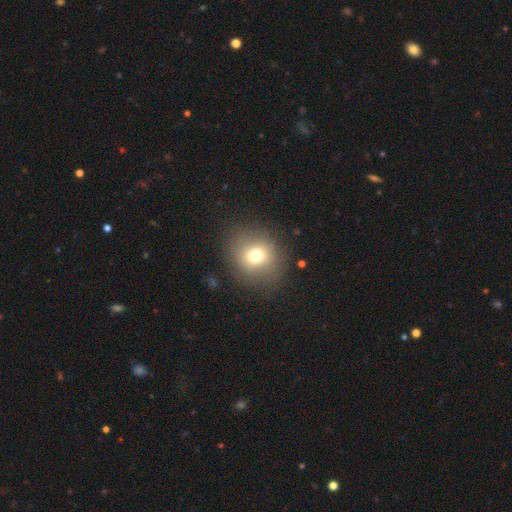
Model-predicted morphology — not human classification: smooth_or_featured: smooth (p=0.72) [alt: star or artifact p=0.14]
how_rounded: round (p=0.84) [alt: in between p=0.15]
merging: none (p=0.84) [alt: minor disturbance p=0.10]